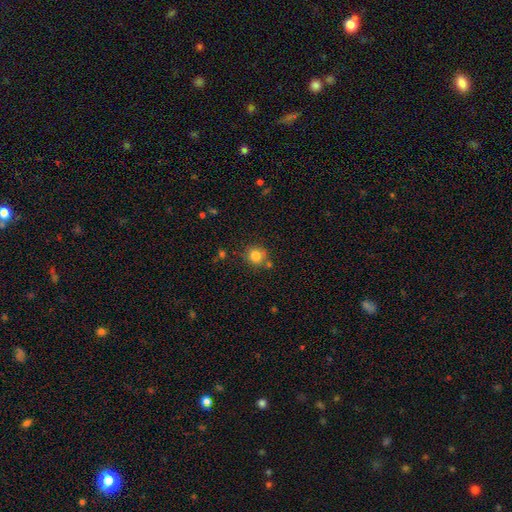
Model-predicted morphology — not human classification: smooth-or-featured: smooth: 81% | star or artifact: 12% | featured or disk: 7%
  how-rounded: round: 89% | in between: 10% | cigar-shaped: 1%
  merging: none: 75% | minor disturbance: 12% | merger: 10% | major disturbance: 3%